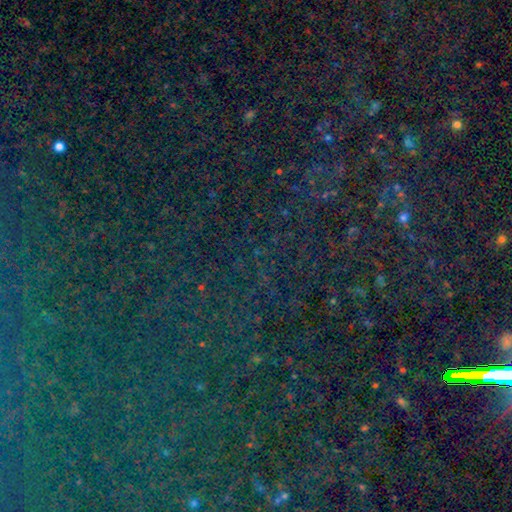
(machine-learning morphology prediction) A star or artifact, not a galaxy (85%).

Vote fractions:
- Smooth or featured? star or artifact: 85% / smooth: 9% / featured or disk: 7%